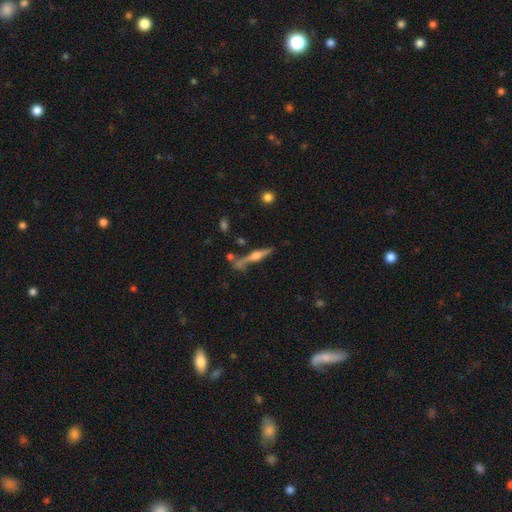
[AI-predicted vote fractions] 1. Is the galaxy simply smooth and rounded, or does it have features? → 72% featured or disk, 21% smooth, 8% star or artifact.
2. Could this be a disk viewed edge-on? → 95% yes, 5% no.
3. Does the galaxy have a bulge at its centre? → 86% rounded, 9% boxy, 5% none.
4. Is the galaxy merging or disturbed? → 66% none, 17% minor disturbance, 11% merger, 6% major disturbance.